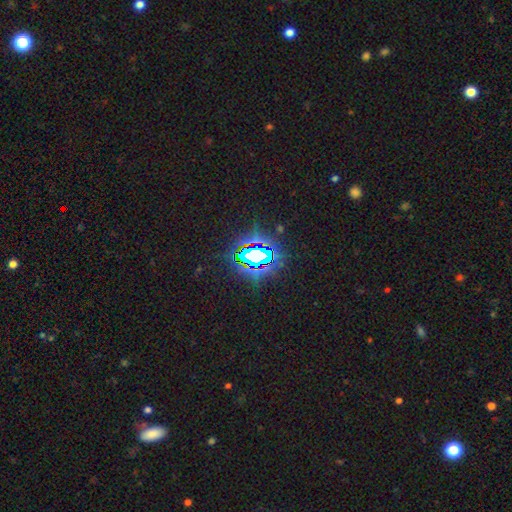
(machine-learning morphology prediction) type=star or artifact (76%).